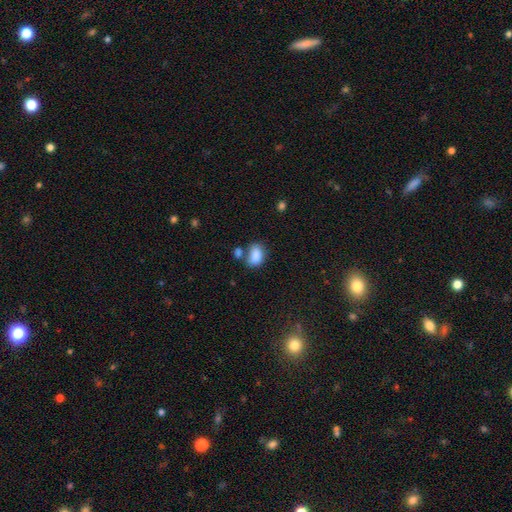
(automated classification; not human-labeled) A smooth galaxy with no disk features (84%) that is in between round and cigar-shaped (82%).

Vote fractions:
- Smooth or featured? smooth: 84% / star or artifact: 9% / featured or disk: 6%
- How rounded? in between: 82% / round: 17% / cigar-shaped: 1%
- Merging? none: 47% / merger: 27% / minor disturbance: 18% / major disturbance: 8%